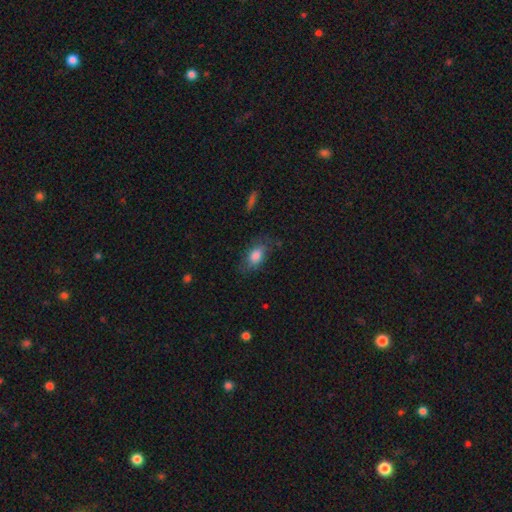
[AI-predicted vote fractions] smooth 76%, featured or disk 16%, star or artifact 8%. Down the decision tree: how rounded — in between (86%); merging — none (67%).